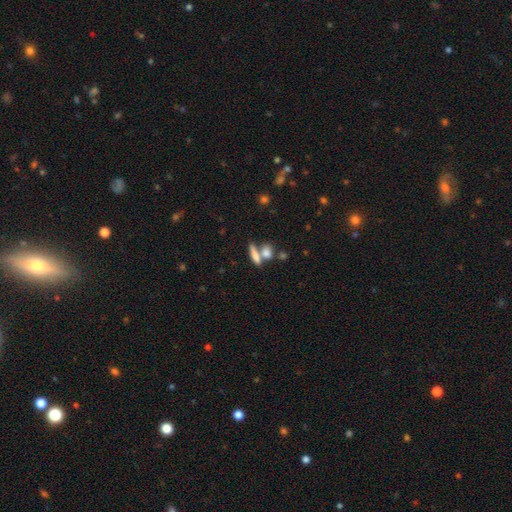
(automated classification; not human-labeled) A smooth galaxy with no disk features (72%) that is cigar-shaped (50%). Merging: none (46%).